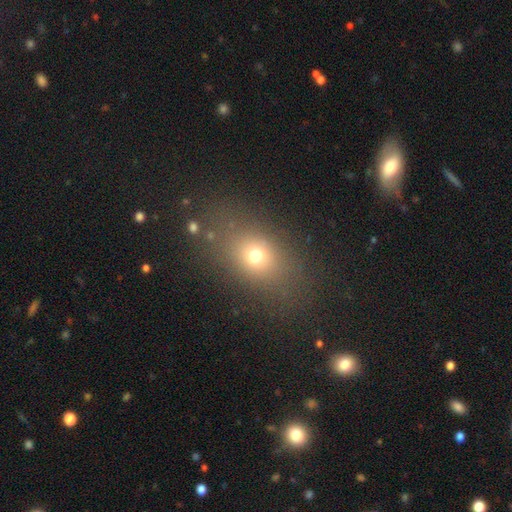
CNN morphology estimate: smooth 68%, star or artifact 18%, featured or disk 13%. Down the decision tree: how rounded — in between (62%); merging — none (76%).